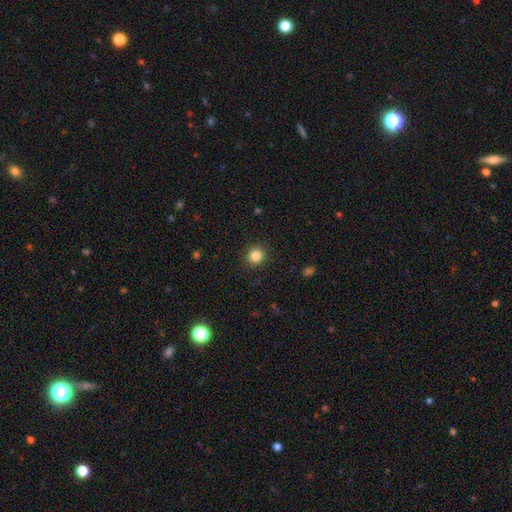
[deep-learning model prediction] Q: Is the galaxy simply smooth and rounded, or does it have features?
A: smooth — 84%.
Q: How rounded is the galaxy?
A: round — 91%.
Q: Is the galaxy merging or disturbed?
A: none — 91%.